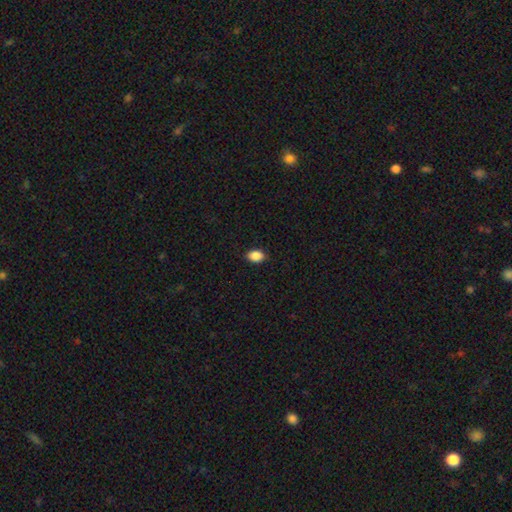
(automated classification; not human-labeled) smooth_or_featured: smooth (p=0.88) [alt: star or artifact p=0.09]
how_rounded: in between (p=0.81) [alt: round p=0.18]
merging: none (p=0.88) [alt: minor disturbance p=0.09]